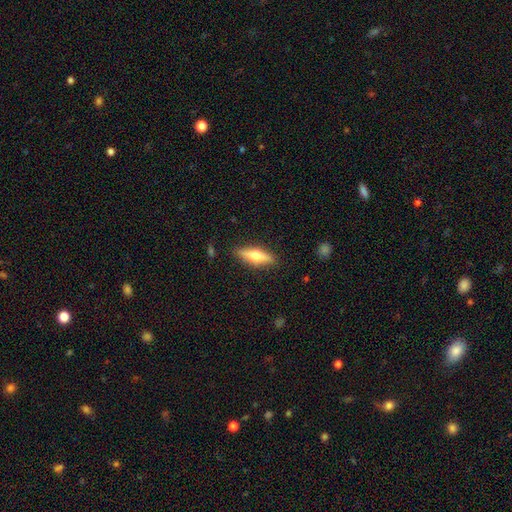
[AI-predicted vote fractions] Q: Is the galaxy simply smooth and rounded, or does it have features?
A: featured or disk — 49%.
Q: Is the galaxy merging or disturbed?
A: none — 87%.